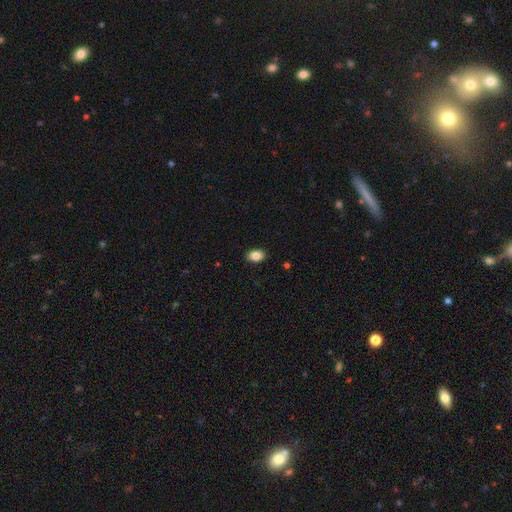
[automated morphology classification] Overall: smooth (87%). How rounded: in between (83%). Merging: none (90%).